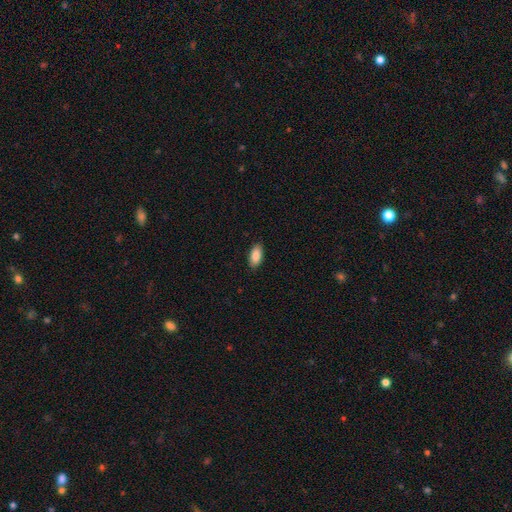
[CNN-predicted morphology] A smooth galaxy with no disk features (87%) that is in between round and cigar-shaped (92%). Merging: none (89%).